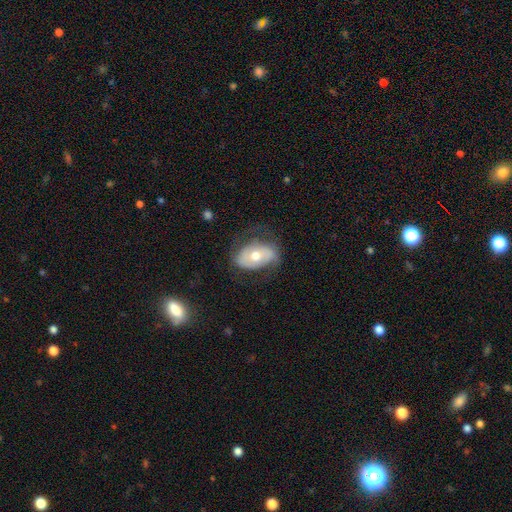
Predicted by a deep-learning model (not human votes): Q: Smooth or featured?
A: featured or disk (53%); runner-up: smooth (39%)
Q: Edge-on disk?
A: no (92%); runner-up: yes (8%)
Q: Merging?
A: none (60%); runner-up: minor disturbance (25%)